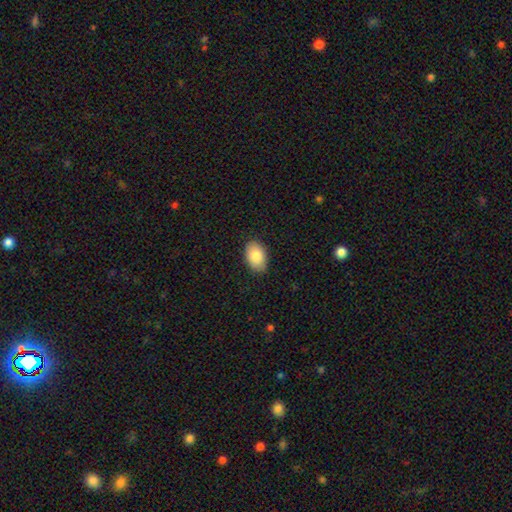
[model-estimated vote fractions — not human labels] Overall: smooth (84%). How rounded: in between (90%). Merging: none (86%).